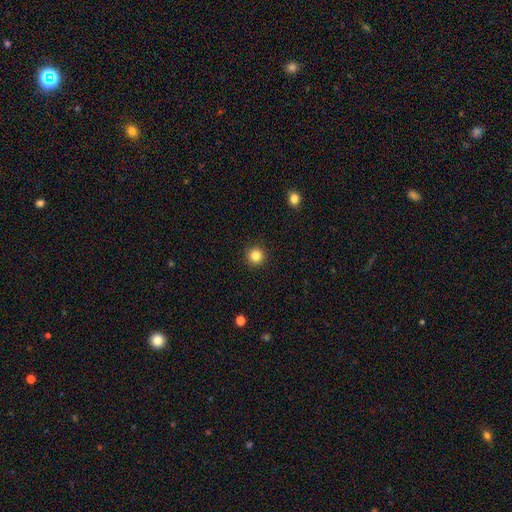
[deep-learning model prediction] Smooth or featured? Predicted: smooth (p=0.84). How rounded? Predicted: round (p=0.95). Merging? Predicted: none (p=0.93).